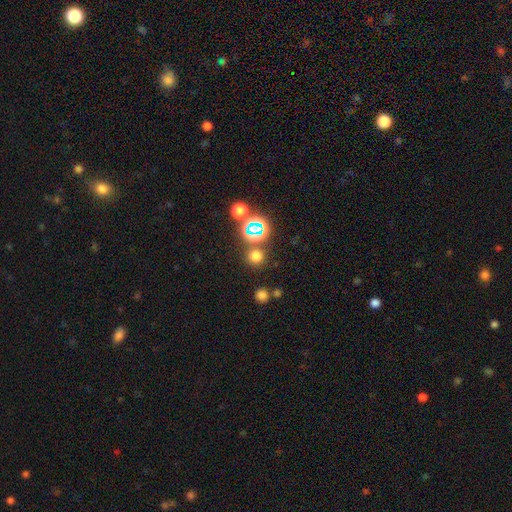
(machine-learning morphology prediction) A smooth galaxy with no disk features (65%) that is round (91%).

Vote fractions:
- Smooth or featured? smooth: 65% / star or artifact: 29% / featured or disk: 6%
- How rounded? round: 91% / in between: 8% / cigar-shaped: 1%
- Merging? none: 81% / merger: 8% / minor disturbance: 7% / major disturbance: 4%